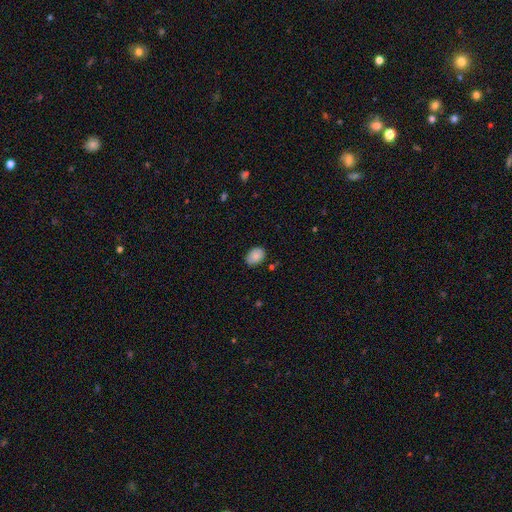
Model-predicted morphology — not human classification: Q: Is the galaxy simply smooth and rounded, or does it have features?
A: smooth — 85%.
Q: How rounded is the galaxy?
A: in between — 79%.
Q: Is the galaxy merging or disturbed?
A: none — 79%.